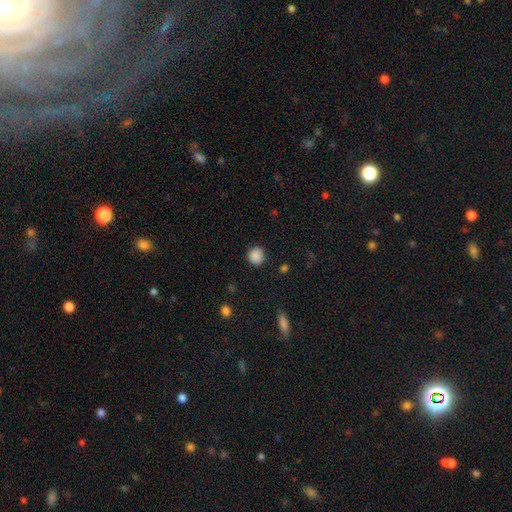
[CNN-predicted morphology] Overall: smooth (87%). How rounded: round (88%). Merging: none (84%).